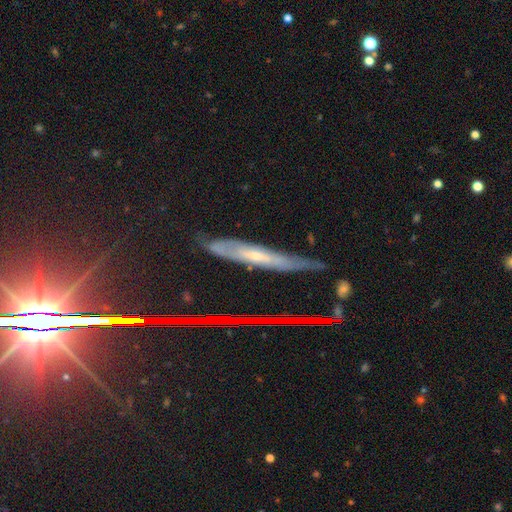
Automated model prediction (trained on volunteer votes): Overall: featured or disk (60%; smooth 21%). Edge-on disk: yes (66%; no 34%). Merging: none (72%).